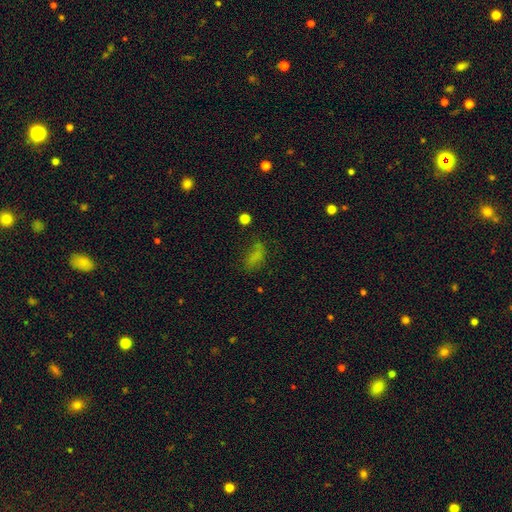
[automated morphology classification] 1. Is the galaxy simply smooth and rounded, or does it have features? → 69% smooth, 19% star or artifact, 12% featured or disk.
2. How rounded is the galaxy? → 80% in between, 13% cigar-shaped, 7% round.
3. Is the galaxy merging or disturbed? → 53% none, 24% minor disturbance, 18% major disturbance, 5% merger.